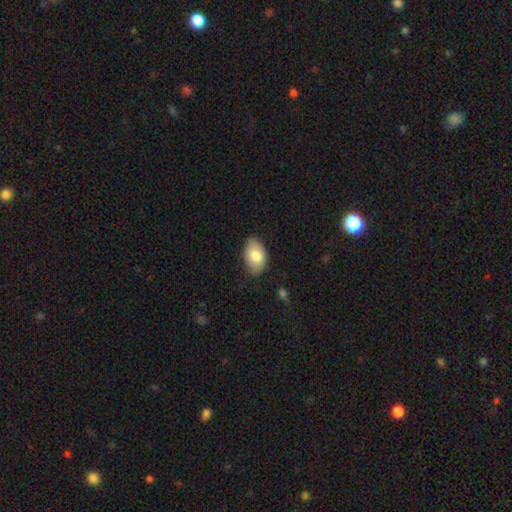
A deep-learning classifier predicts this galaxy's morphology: Q: Smooth or featured?
A: smooth (79%); runner-up: featured or disk (14%)
Q: How rounded?
A: in between (89%); runner-up: round (10%)
Q: Merging?
A: none (76%); runner-up: minor disturbance (20%)